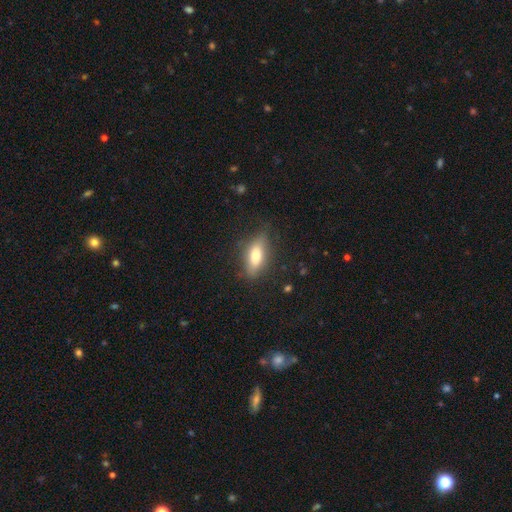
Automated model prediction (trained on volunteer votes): A smooth galaxy with no disk features (69%) that is in between round and cigar-shaped (67%).

Vote fractions:
- Smooth or featured? smooth: 69% / featured or disk: 24% / star or artifact: 7%
- How rounded? in between: 67% / cigar-shaped: 30% / round: 3%
- Merging? none: 77% / minor disturbance: 17% / major disturbance: 4% / merger: 1%